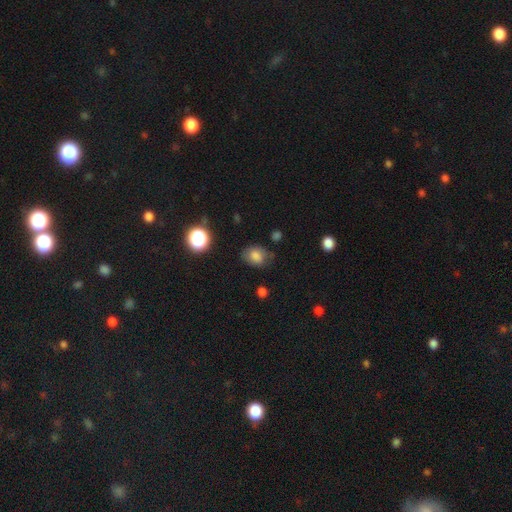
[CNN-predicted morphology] Smooth or featured? Predicted: smooth (p=0.77). How rounded? Predicted: in between (p=0.59). Merging? Predicted: none (p=0.68).